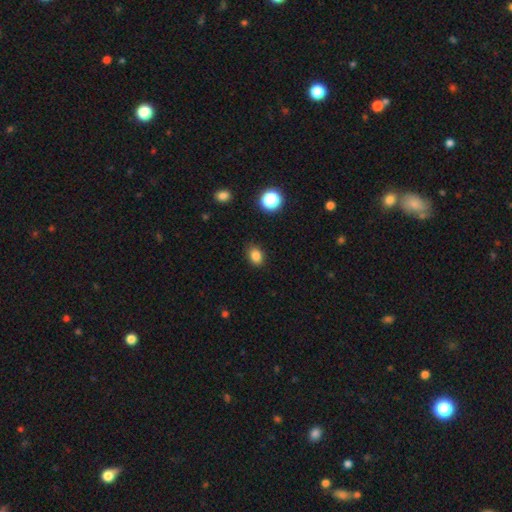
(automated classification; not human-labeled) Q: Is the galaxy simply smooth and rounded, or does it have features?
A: smooth — 83%.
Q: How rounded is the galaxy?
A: in between — 67%.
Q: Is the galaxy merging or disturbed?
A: none — 86%.